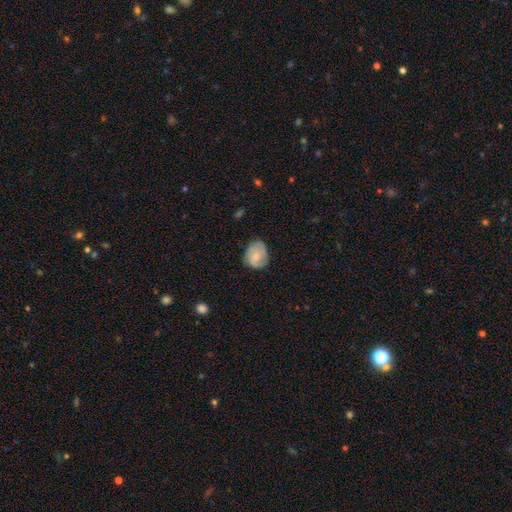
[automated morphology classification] smooth_or_featured: smooth (p=0.59) [alt: featured or disk p=0.34]
how_rounded: round (p=0.53) [alt: in between p=0.46]
merging: none (p=0.68) [alt: minor disturbance p=0.25]